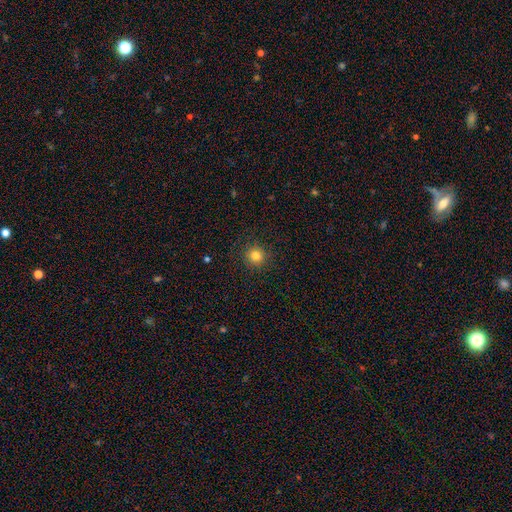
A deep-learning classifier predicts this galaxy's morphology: A smooth galaxy with no disk features (82%) that is round (95%). Merging: none (91%).